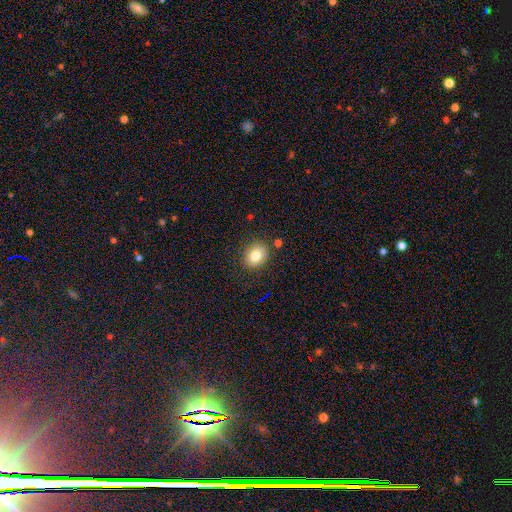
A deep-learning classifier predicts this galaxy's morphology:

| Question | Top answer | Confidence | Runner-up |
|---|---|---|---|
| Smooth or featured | smooth | 81% | star or artifact (10%) |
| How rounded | round | 51% | in between (48%) |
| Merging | none | 84% | minor disturbance (10%) |